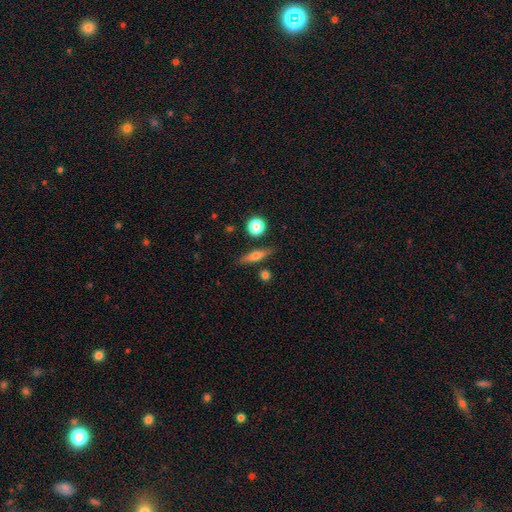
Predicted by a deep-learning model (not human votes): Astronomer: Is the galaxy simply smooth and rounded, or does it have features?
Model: smooth — 56% (runner-up: featured or disk, 36%).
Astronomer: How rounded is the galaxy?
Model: cigar-shaped — 66%.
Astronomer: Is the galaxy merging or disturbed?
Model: none — 83%.